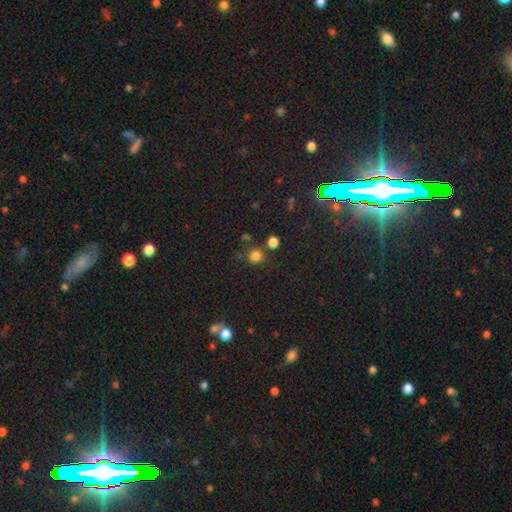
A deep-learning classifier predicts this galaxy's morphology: Smooth or featured: smooth — 80% (star or artifact — 16%)
How rounded: round — 91% (in between — 8%)
Merging: none — 77% (merger — 11%)